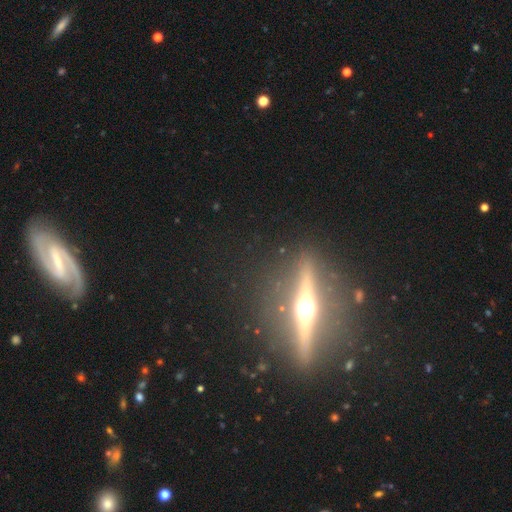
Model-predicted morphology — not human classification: type=featured or disk (82%); edge-on=yes (94%); edge-on bulge=rounded (95%); merging=none (85%).